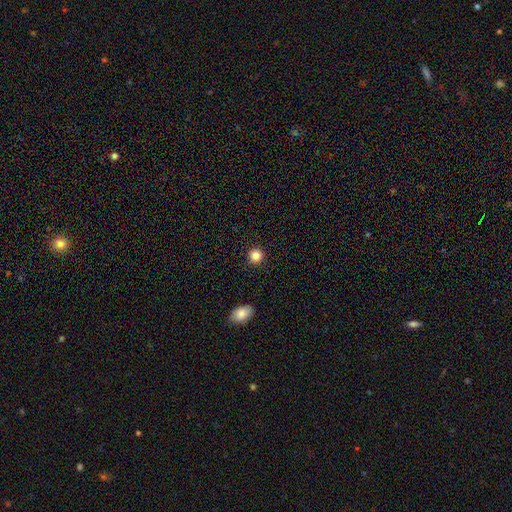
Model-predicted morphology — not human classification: smooth 86%, star or artifact 11%, featured or disk 4%. Down the decision tree: how rounded — round (93%); merging — none (92%).